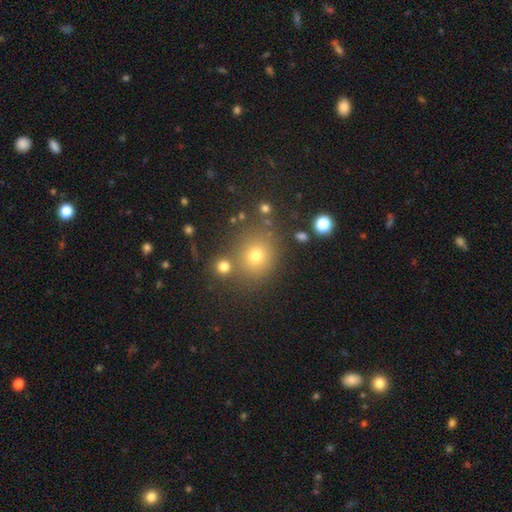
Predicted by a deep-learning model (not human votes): Overall: smooth (70%). How rounded: round (82%). Merging: none (75%).